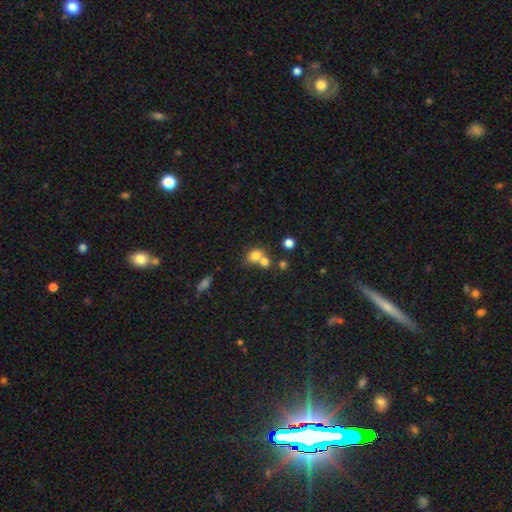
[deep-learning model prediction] Smooth or featured? smooth (75%)
How rounded? round (58%)
Merging? merger (51%)